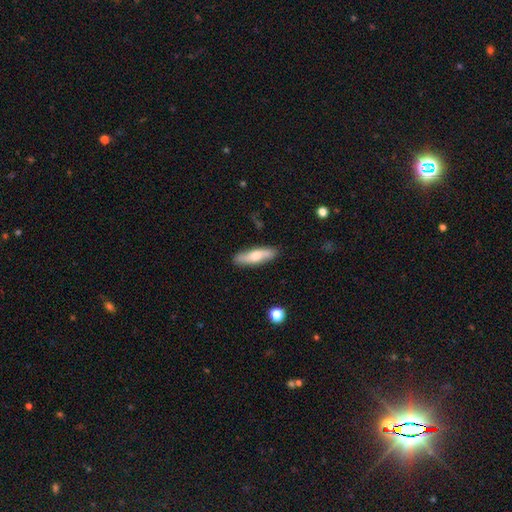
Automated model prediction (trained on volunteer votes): A smooth galaxy with no disk features (57%) that is cigar-shaped (58%).

Vote fractions:
- Smooth or featured? smooth: 57% / featured or disk: 37% / star or artifact: 6%
- How rounded? cigar-shaped: 58% / in between: 39% / round: 3%
- Merging? none: 86% / minor disturbance: 11% / major disturbance: 2% / merger: 1%